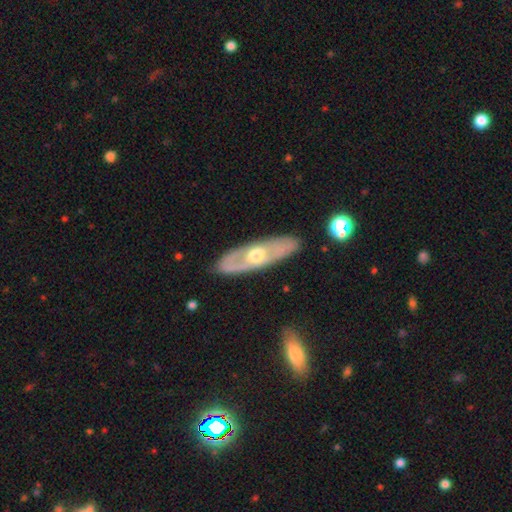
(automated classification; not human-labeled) A featured or disk galaxy (67%). Merging: none (85%).